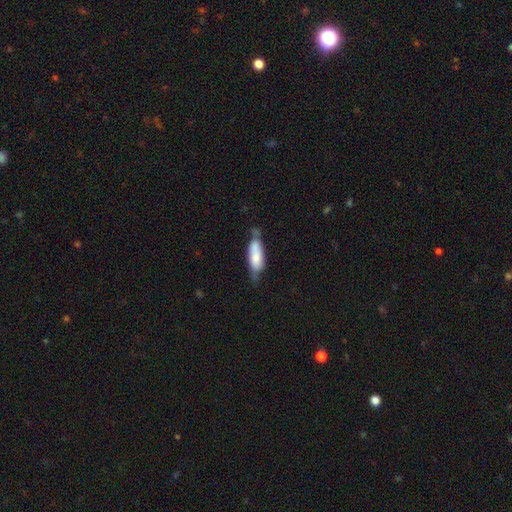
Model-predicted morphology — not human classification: Smooth or featured?
  - smooth: 70% *
  - featured or disk: 23%
  - star or artifact: 6%
How rounded?
  - in between: 64% *
  - cigar-shaped: 34%
  - round: 2%
Merging?
  - none: 40% *
  - minor disturbance: 37%
  - merger: 12%
  - major disturbance: 11%